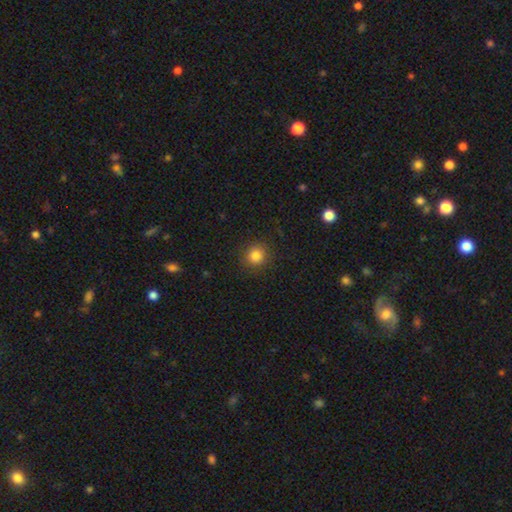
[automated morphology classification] A smooth galaxy with no disk features (84%) that is round (91%).

Vote fractions:
- Smooth or featured? smooth: 84% / star or artifact: 12% / featured or disk: 4%
- How rounded? round: 91% / in between: 8% / cigar-shaped: 1%
- Merging? none: 90% / minor disturbance: 7% / major disturbance: 2% / merger: 1%